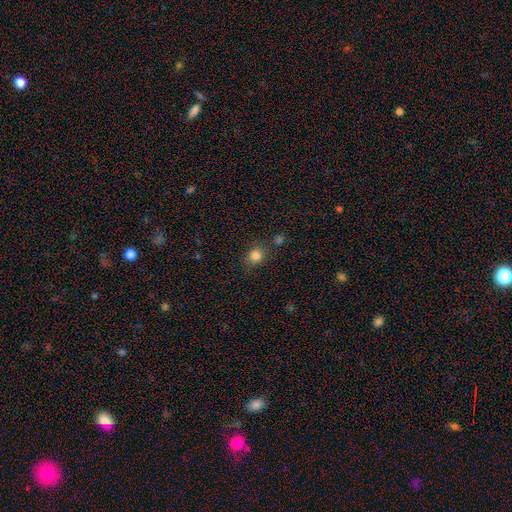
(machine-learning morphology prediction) Q: Smooth or featured?
A: smooth (82%); runner-up: star or artifact (12%)
Q: How rounded?
A: round (77%); runner-up: in between (22%)
Q: Merging?
A: none (78%); runner-up: minor disturbance (12%)